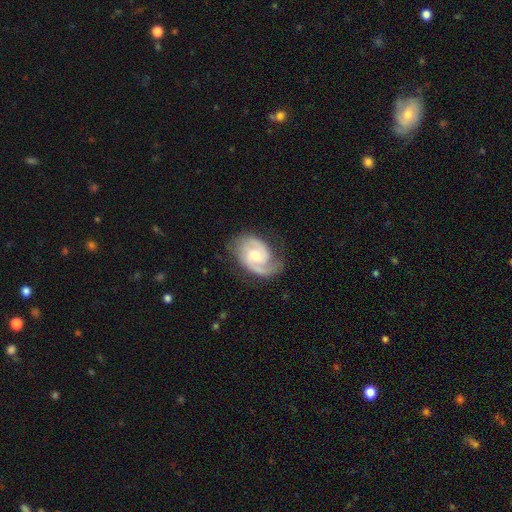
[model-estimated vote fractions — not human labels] featured or disk 86%, smooth 10%, star or artifact 5%. Down the decision tree: edge-on disk — no (97%); bar — no (52%); spiral arms — yes (96%); spiral arm count — 2 (77%); spiral winding — medium (47%); bulge size — moderate (55%); merging — none (69%).